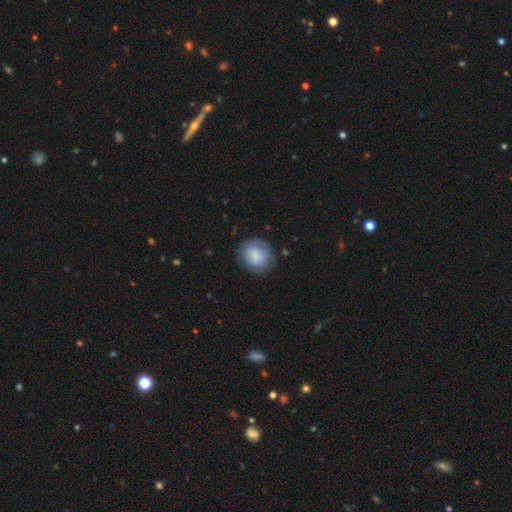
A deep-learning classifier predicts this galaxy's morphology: This appears to be a smooth galaxy with no disk features (78%) that is round (76%). Merging: none (74%).